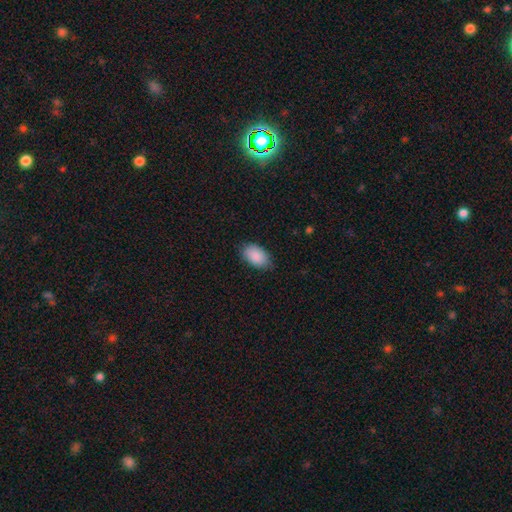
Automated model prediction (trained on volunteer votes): smooth 90%, star or artifact 6%, featured or disk 4%. Down the decision tree: how rounded — in between (92%); merging — none (80%).